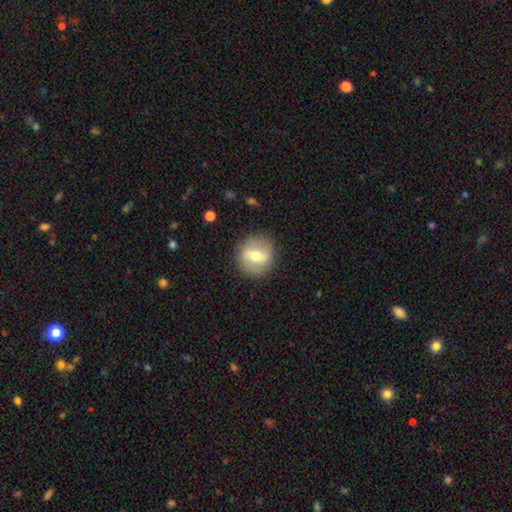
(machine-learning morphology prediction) type=smooth (49%); merging=none (87%).